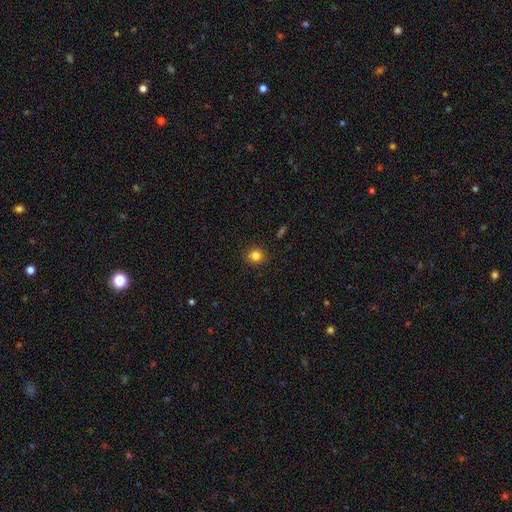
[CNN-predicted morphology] Overall: smooth (82%). How rounded: round (88%). Merging: none (91%).